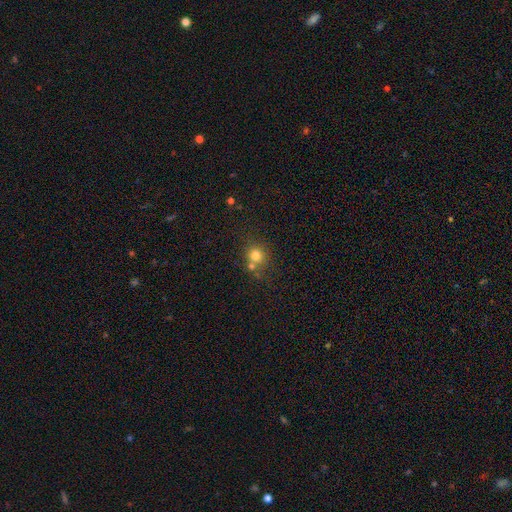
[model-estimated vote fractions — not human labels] Smooth or featured: smooth — 77% (star or artifact — 14%)
How rounded: round — 87% (in between — 12%)
Merging: none — 58% (merger — 29%)